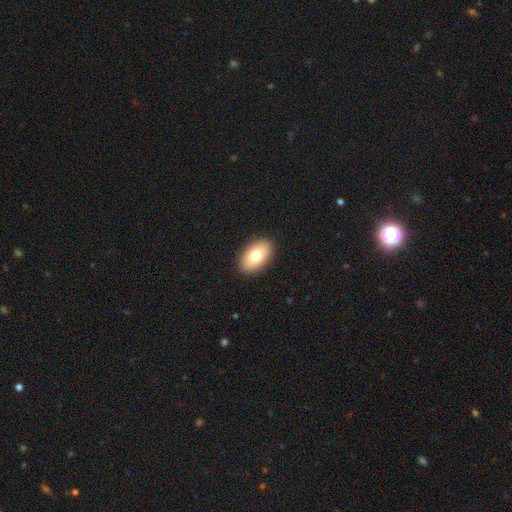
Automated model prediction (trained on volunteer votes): Smooth or featured? smooth (76%)
How rounded? in between (93%)
Merging? none (90%)